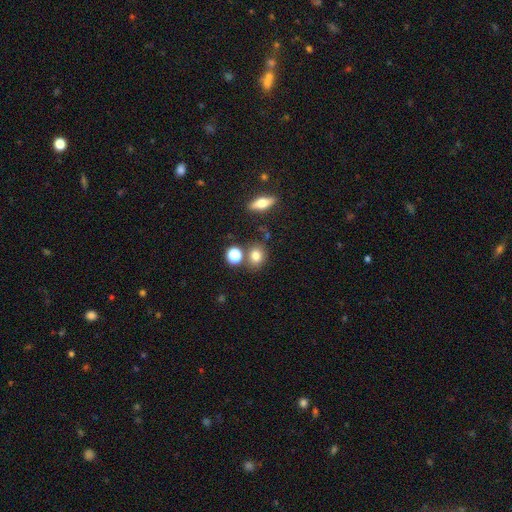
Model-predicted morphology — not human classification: Q: Smooth or featured?
A: smooth (77%); runner-up: star or artifact (13%)
Q: How rounded?
A: round (58%); runner-up: in between (40%)
Q: Merging?
A: none (73%); runner-up: merger (12%)